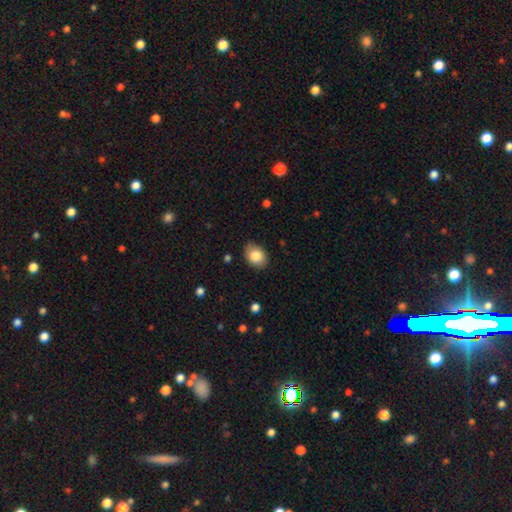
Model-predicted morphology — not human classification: Smooth or featured: smooth — 85% (featured or disk — 8%)
How rounded: in between — 71% (round — 28%)
Merging: none — 83% (minor disturbance — 13%)